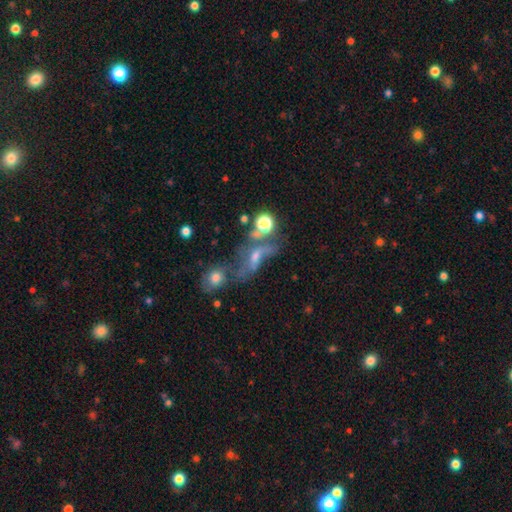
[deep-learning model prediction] Morphology: type=featured or disk (44%); merging=merger (35%).